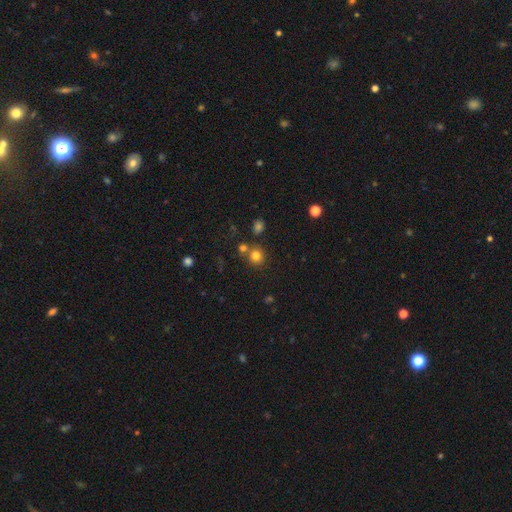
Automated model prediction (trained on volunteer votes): smooth 78%, star or artifact 15%, featured or disk 7%. Down the decision tree: how rounded — round (89%); merging — none (72%).